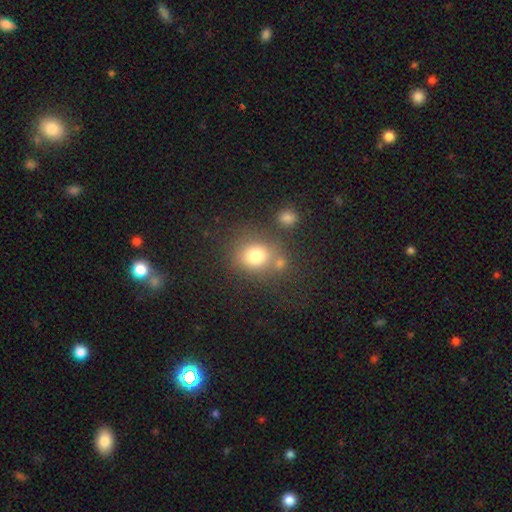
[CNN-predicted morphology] A smooth galaxy with no disk features (77%) that is round (71%).

Vote fractions:
- Smooth or featured? smooth: 77% / star or artifact: 13% / featured or disk: 9%
- How rounded? round: 71% / in between: 28% / cigar-shaped: 1%
- Merging? none: 63% / merger: 17% / minor disturbance: 13% / major disturbance: 6%